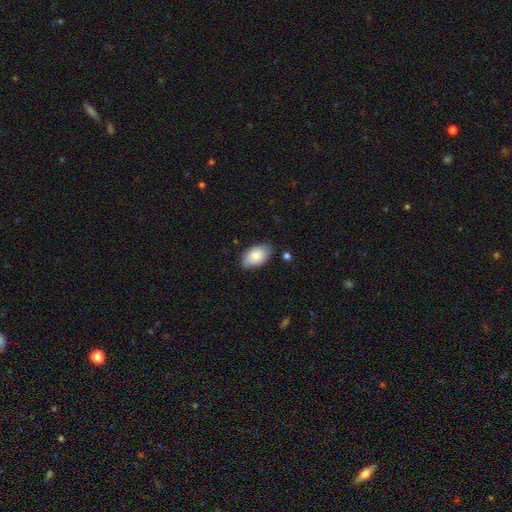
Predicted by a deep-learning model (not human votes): smooth-or-featured: smooth: 83% | featured or disk: 11% | star or artifact: 6%
  how-rounded: in between: 93% | round: 5% | cigar-shaped: 1%
  merging: none: 77% | minor disturbance: 19% | major disturbance: 3% | merger: 2%